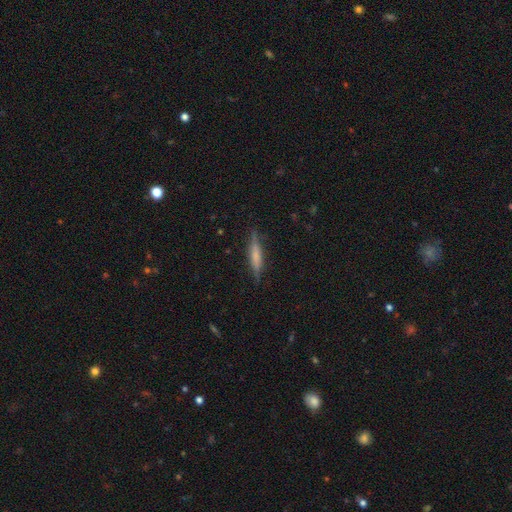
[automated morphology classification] Smooth or featured?
  - smooth: 51% *
  - featured or disk: 42%
  - star or artifact: 7%
How rounded?
  - cigar-shaped: 87% *
  - in between: 11%
  - round: 2%
Merging?
  - none: 83% *
  - minor disturbance: 13%
  - major disturbance: 3%
  - merger: 1%